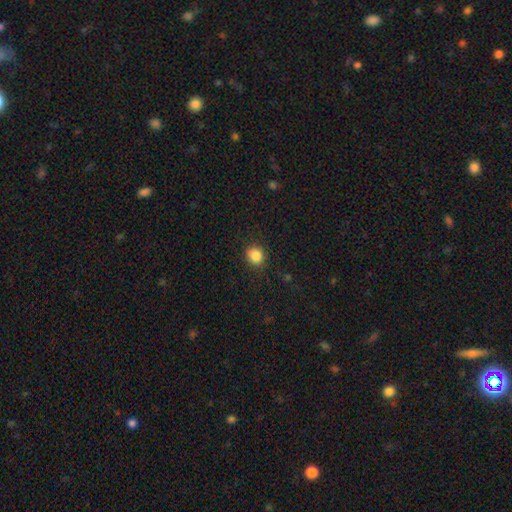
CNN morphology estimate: A smooth galaxy with no disk features (85%) that is round (80%). Merging: none (88%).